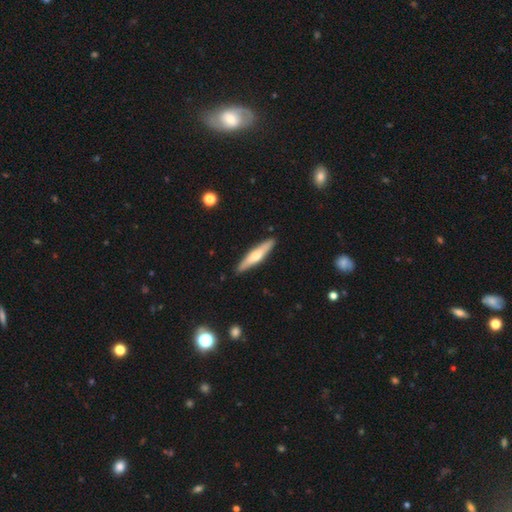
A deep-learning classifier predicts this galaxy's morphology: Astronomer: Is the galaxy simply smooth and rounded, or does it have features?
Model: featured or disk — 48% (runner-up: smooth, 47%).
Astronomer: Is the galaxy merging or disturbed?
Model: none — 90%.